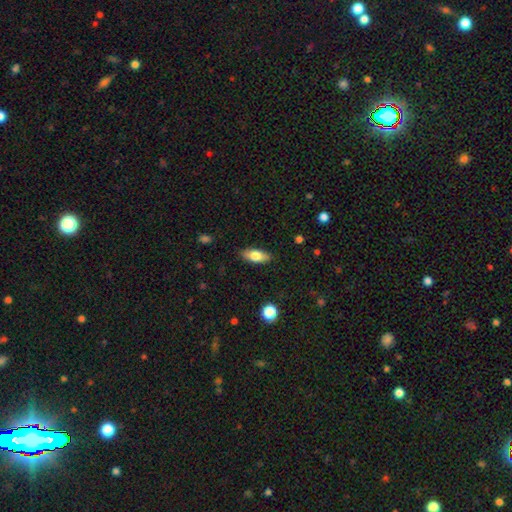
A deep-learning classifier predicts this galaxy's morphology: Smooth or featured?
  - smooth: 78% *
  - featured or disk: 16%
  - star or artifact: 7%
How rounded?
  - in between: 83% *
  - cigar-shaped: 15%
  - round: 3%
Merging?
  - none: 87% *
  - minor disturbance: 10%
  - major disturbance: 2%
  - merger: 1%